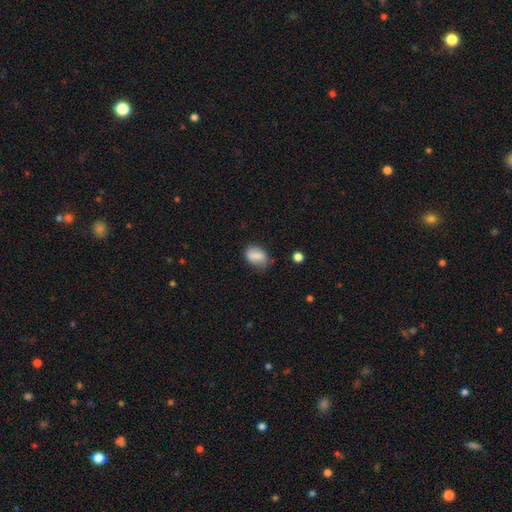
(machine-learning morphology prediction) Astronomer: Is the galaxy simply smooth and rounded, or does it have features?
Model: smooth — 75%.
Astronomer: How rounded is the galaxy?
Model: in between — 78%.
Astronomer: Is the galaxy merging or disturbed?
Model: none — 62%.